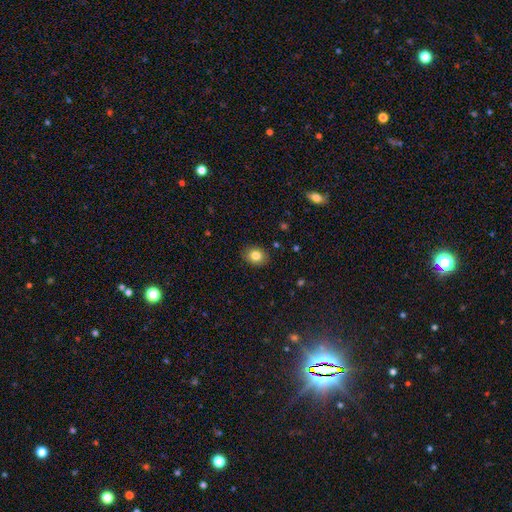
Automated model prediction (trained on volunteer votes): A smooth galaxy with no disk features (82%) that is in between round and cigar-shaped (50%). Merging: none (88%).